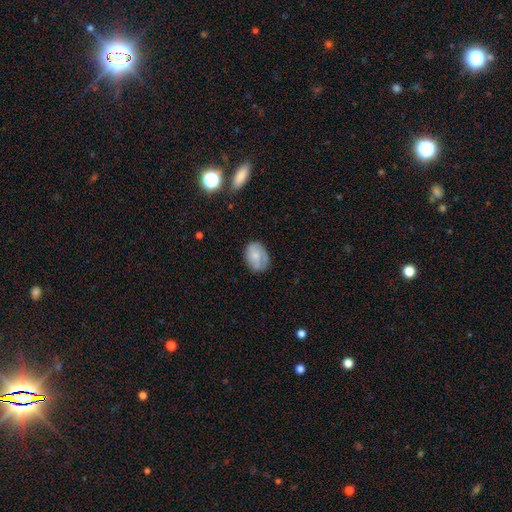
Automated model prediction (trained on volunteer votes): A smooth galaxy with no disk features (66%) that is in between round and cigar-shaped (73%).

Vote fractions:
- Smooth or featured? smooth: 66% / featured or disk: 27% / star or artifact: 8%
- How rounded? in between: 73% / round: 26% / cigar-shaped: 1%
- Merging? none: 69% / minor disturbance: 23% / major disturbance: 6% / merger: 2%